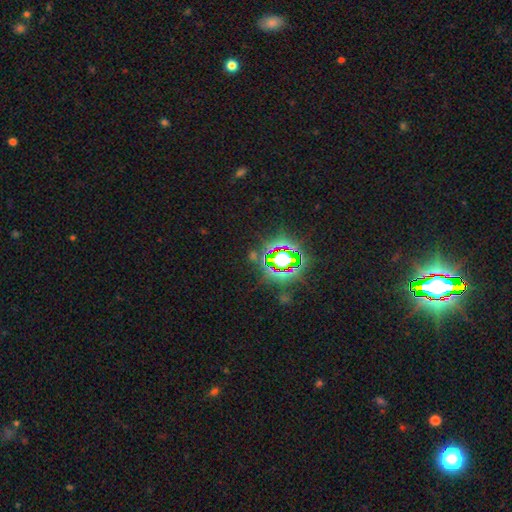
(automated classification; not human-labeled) Smooth or featured? Predicted: star or artifact (p=0.77).